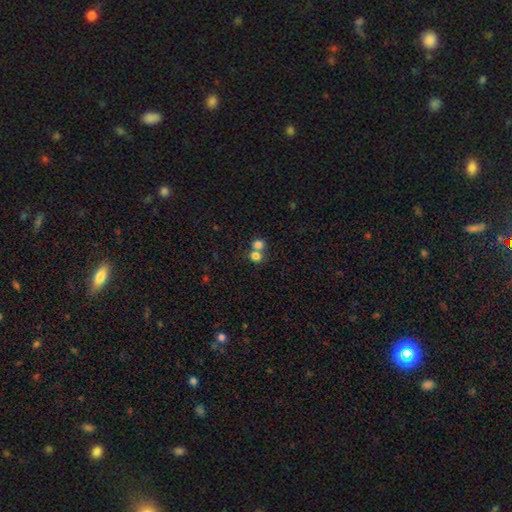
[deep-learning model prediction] A smooth galaxy with no disk features (78%) that is round (72%).

Vote fractions:
- Smooth or featured? smooth: 78% / star or artifact: 12% / featured or disk: 10%
- How rounded? round: 72% / in between: 26% / cigar-shaped: 1%
- Merging? merger: 58% / none: 34% / minor disturbance: 5% / major disturbance: 3%